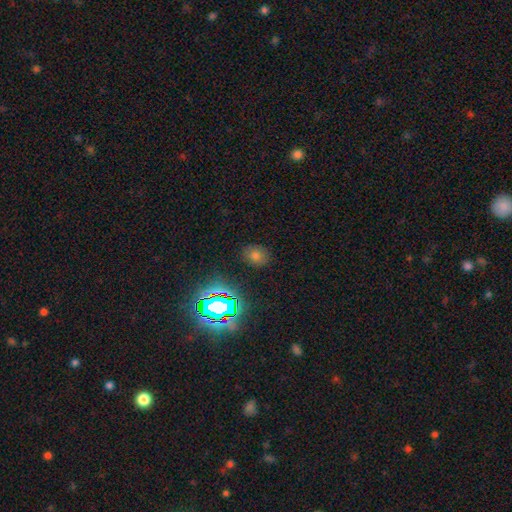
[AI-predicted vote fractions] Morphology: type=smooth (57%); roundness=round (52%); merging=none (85%).